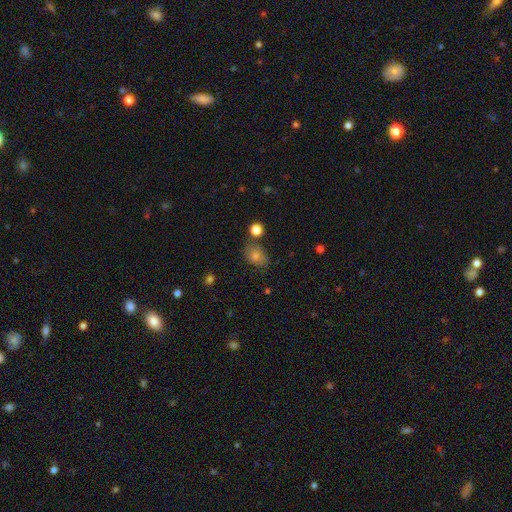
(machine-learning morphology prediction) Smooth or featured?
  - smooth: 68% *
  - star or artifact: 18%
  - featured or disk: 14%
How rounded?
  - in between: 62% *
  - round: 37%
  - cigar-shaped: 1%
Merging?
  - none: 68% *
  - minor disturbance: 19%
  - merger: 7%
  - major disturbance: 6%